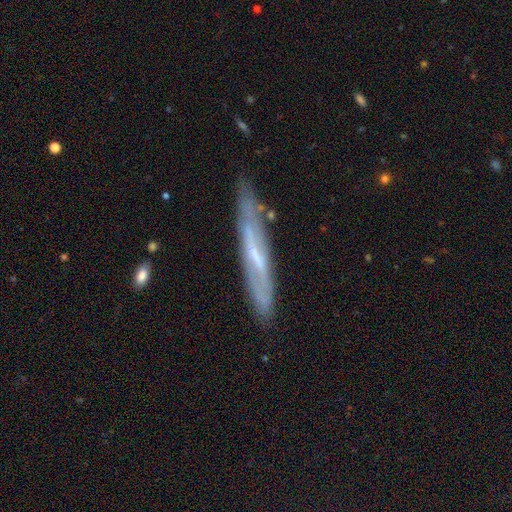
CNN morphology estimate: featured or disk 64%, smooth 29%, star or artifact 8%. Down the decision tree: edge-on disk — yes (67%); merging — none (77%).